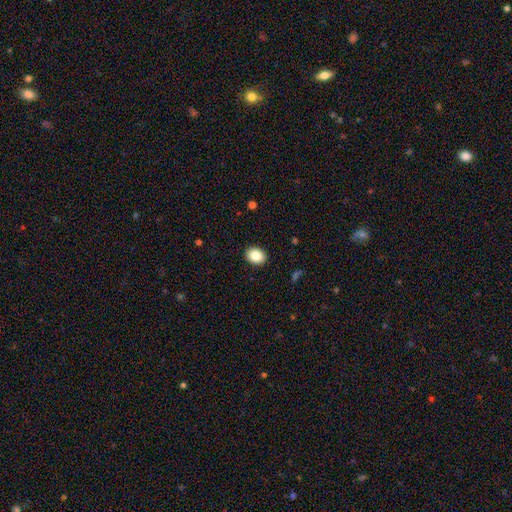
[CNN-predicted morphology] A smooth galaxy with no disk features (86%) that is in between round and cigar-shaped (54%).

Vote fractions:
- Smooth or featured? smooth: 86% / star or artifact: 8% / featured or disk: 6%
- How rounded? in between: 54% / round: 45% / cigar-shaped: 1%
- Merging? none: 91% / minor disturbance: 6% / major disturbance: 2% / merger: 1%